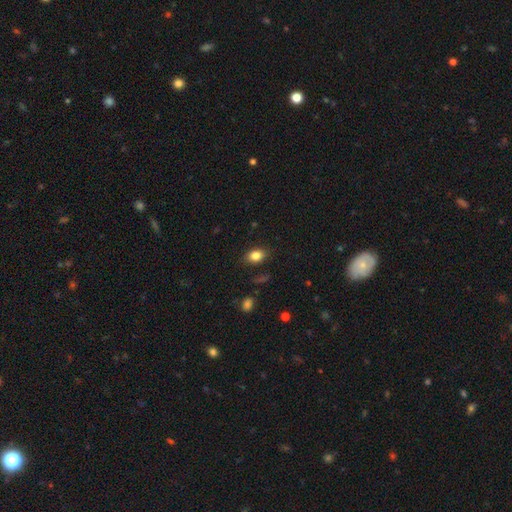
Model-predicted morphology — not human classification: This appears to be a smooth galaxy with no disk features (83%) that is in between round and cigar-shaped (80%). Merging: none (83%).